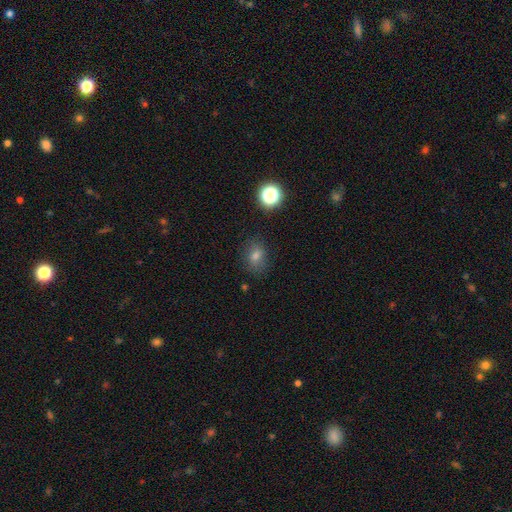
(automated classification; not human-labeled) A smooth galaxy with no disk features (72%) that is in between round and cigar-shaped (55%).

Vote fractions:
- Smooth or featured? smooth: 72% / star or artifact: 18% / featured or disk: 10%
- How rounded? in between: 55% / round: 44% / cigar-shaped: 1%
- Merging? none: 80% / minor disturbance: 14% / major disturbance: 4% / merger: 2%